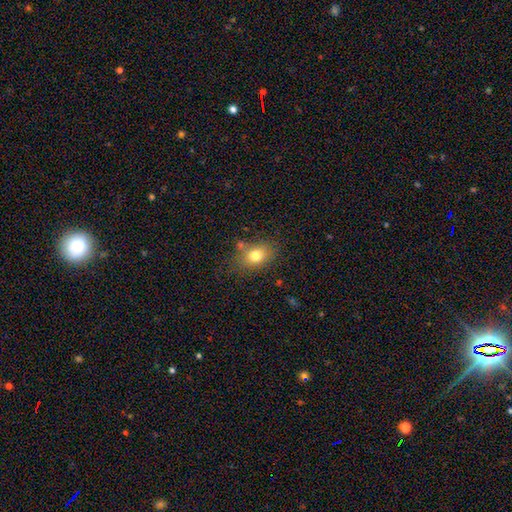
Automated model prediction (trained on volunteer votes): A smooth galaxy with no disk features (77%) that is in between round and cigar-shaped (66%). Merging: none (70%).